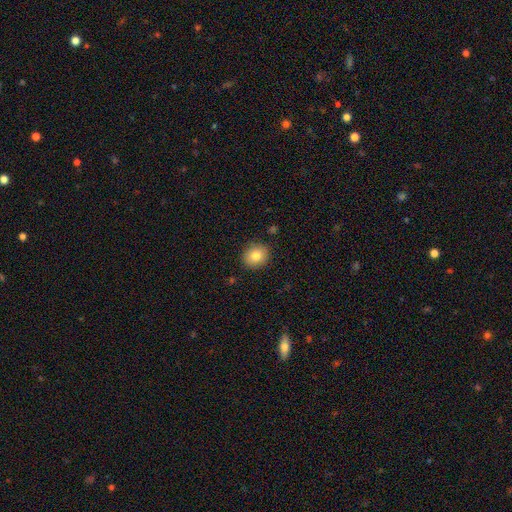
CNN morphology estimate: Smooth or featured: smooth — 82% (star or artifact — 9%)
How rounded: round — 79% (in between — 21%)
Merging: none — 89% (minor disturbance — 8%)